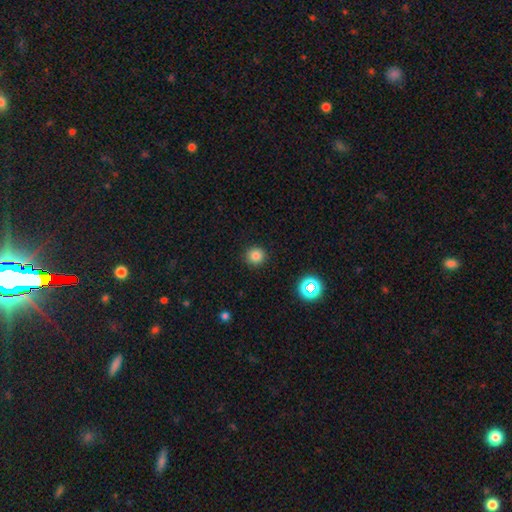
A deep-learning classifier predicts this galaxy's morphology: A smooth galaxy with no disk features (81%) that is round (93%). Merging: none (92%).